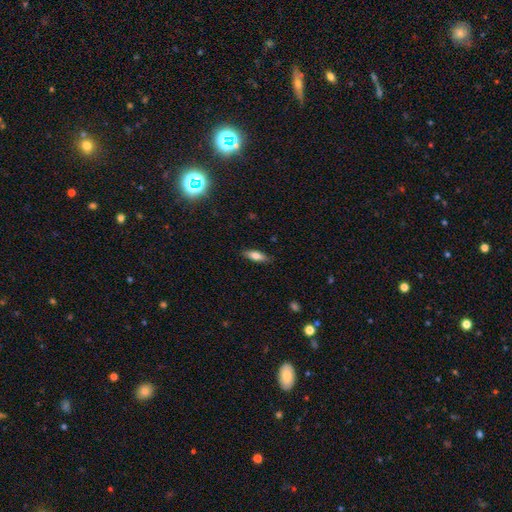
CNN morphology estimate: Smooth or featured: smooth — 74% (featured or disk — 19%)
How rounded: in between — 59% (cigar-shaped — 39%)
Merging: none — 86% (minor disturbance — 11%)